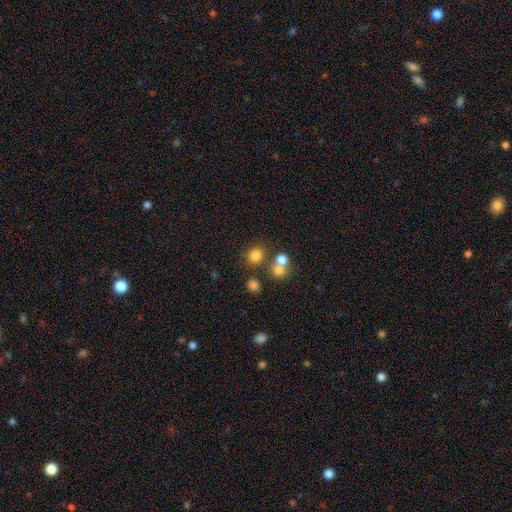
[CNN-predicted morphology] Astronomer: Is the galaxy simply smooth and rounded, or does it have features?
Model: smooth — 78%.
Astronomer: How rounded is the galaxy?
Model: round — 82%.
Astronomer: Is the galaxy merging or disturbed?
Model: none — 71%.